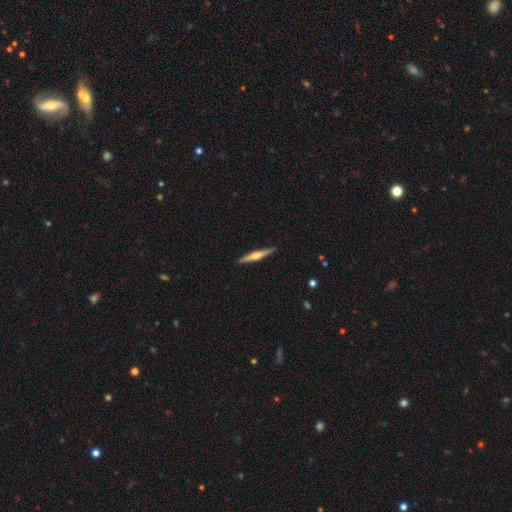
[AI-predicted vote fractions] Smooth or featured?
  - featured or disk: 59% *
  - smooth: 36%
  - star or artifact: 5%
Edge-on disk?
  - yes: 97% *
  - no: 3%
Edge-on bulge?
  - rounded: 84% *
  - none: 9%
  - boxy: 6%
Merging?
  - none: 91% *
  - minor disturbance: 7%
  - major disturbance: 1%
  - merger: 1%